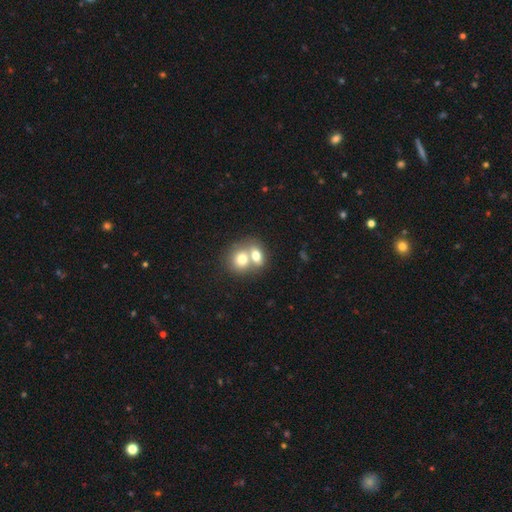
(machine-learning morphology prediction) Smooth or featured: smooth — 71% (featured or disk — 20%)
How rounded: in between — 51% (round — 48%)
Merging: merger — 72% (none — 21%)